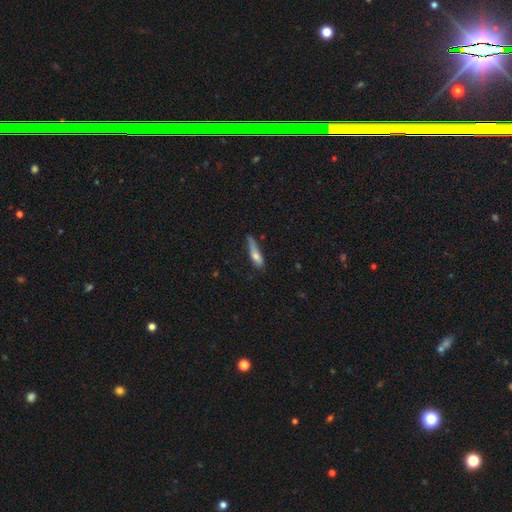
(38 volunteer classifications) Overall: smooth (50%; featured or disk 42%). How rounded: cigar-shaped (89%). Merging: minor disturbance (40%; none 37%).